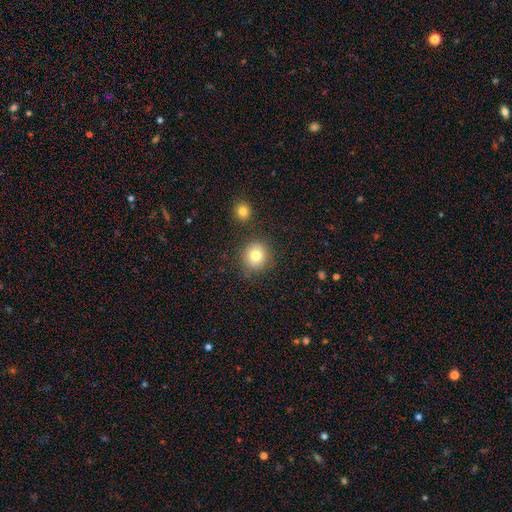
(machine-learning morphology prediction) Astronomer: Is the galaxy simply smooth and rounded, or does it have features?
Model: smooth — 79%.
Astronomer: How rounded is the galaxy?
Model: round — 88%.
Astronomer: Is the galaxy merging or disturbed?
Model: none — 78%.